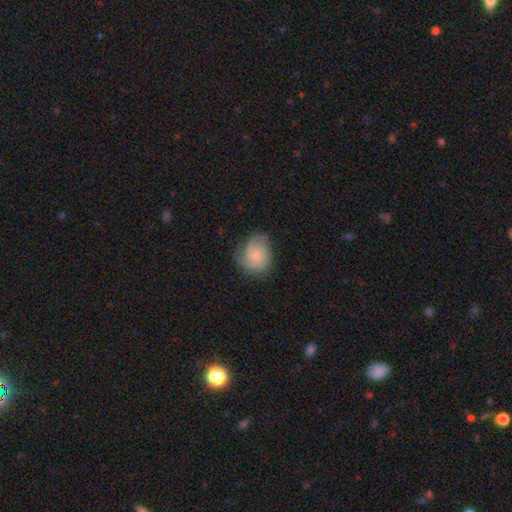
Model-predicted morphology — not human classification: Smooth or featured? Predicted: smooth (p=0.49). Merging? Predicted: none (p=0.58).